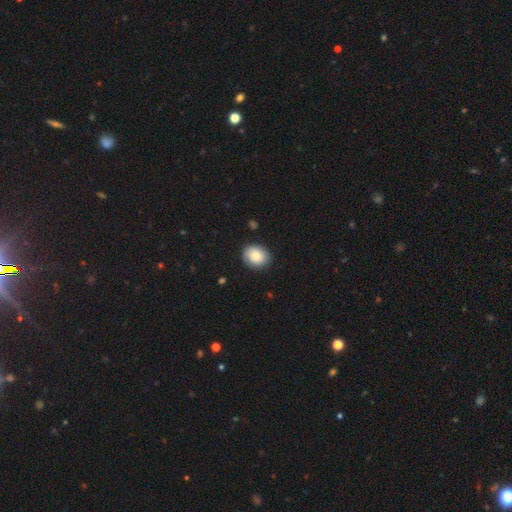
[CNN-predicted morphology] smooth 84%, featured or disk 9%, star or artifact 7%. Down the decision tree: how rounded — round (56%); merging — none (85%).